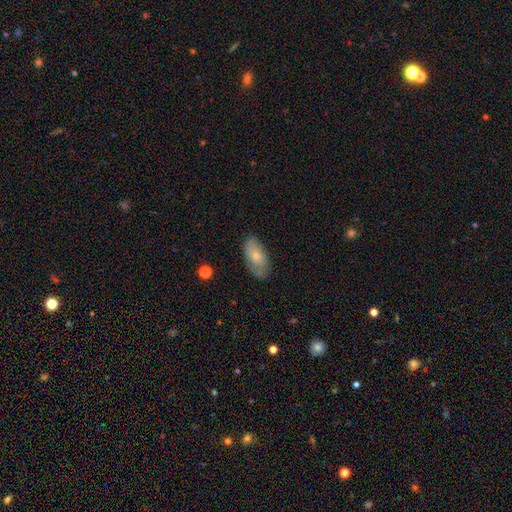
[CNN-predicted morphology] Smooth or featured? smooth (61%)
How rounded? in between (92%)
Merging? none (71%)